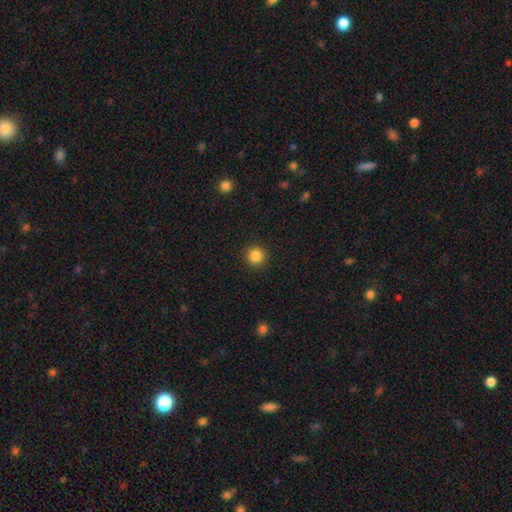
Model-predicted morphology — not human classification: Smooth or featured? Predicted: smooth (p=0.86). How rounded? Predicted: round (p=0.94). Merging? Predicted: none (p=0.92).